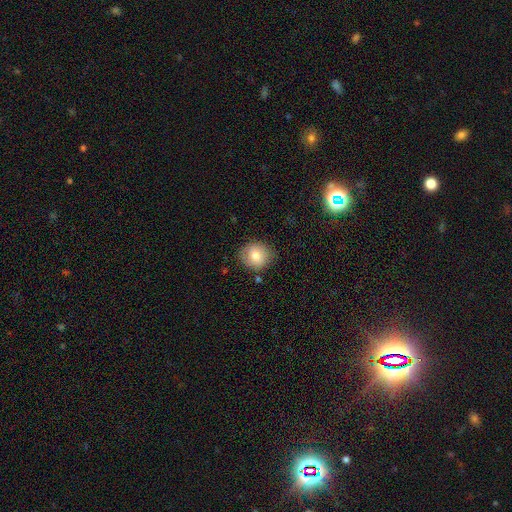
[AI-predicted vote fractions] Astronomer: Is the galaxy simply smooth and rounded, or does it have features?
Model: smooth — 78%.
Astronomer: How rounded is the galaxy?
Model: round — 81%.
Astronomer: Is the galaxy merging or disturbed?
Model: none — 79%.